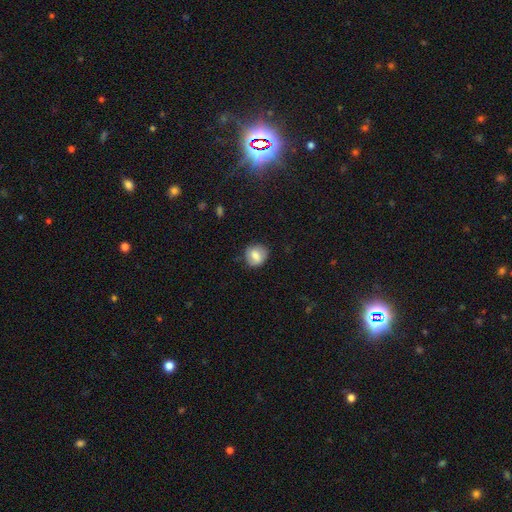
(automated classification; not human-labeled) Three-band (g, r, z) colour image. It shows a smooth galaxy with no disk features (74%) that is round (75%). Merging: none (76%).